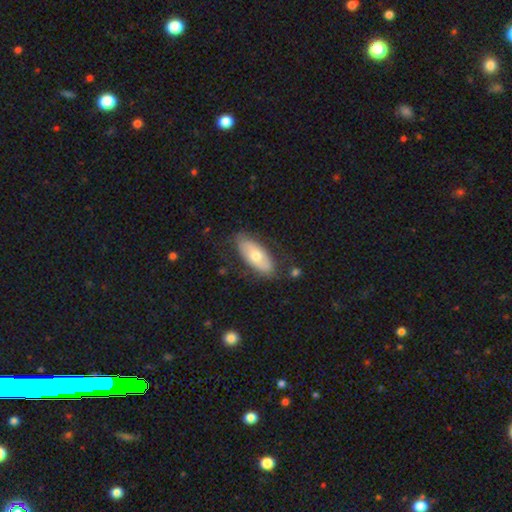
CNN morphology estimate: smooth 59%, featured or disk 36%, star or artifact 5%. Down the decision tree: how rounded — in between (84%); merging — none (75%).